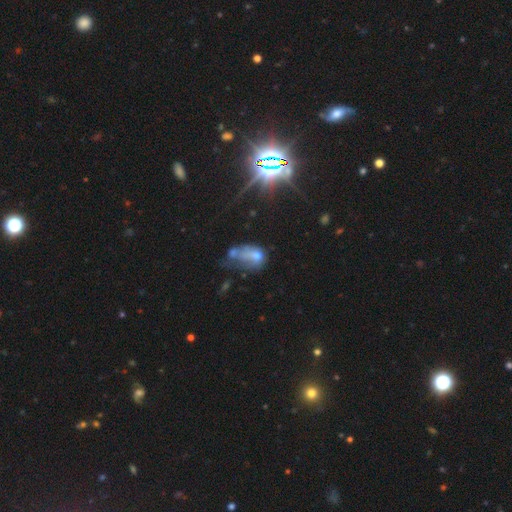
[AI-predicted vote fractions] Smooth or featured? smooth (50%)
Merging? major disturbance (37%)